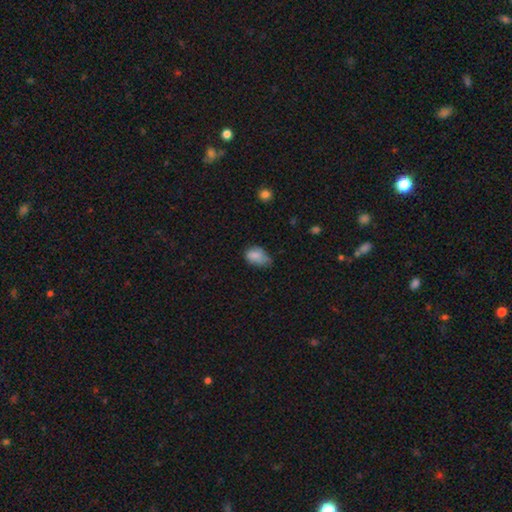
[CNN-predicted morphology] This appears to be a smooth galaxy with no disk features (83%) that is in between round and cigar-shaped (80%). Merging: minor disturbance (47%).